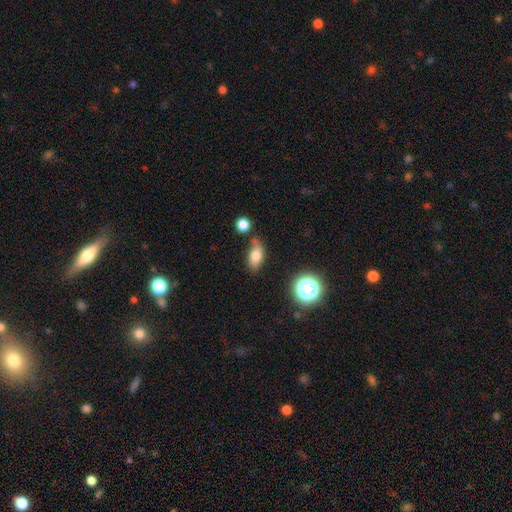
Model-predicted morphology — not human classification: Smooth or featured? Predicted: smooth (p=0.75). How rounded? Predicted: in between (p=0.85). Merging? Predicted: none (p=0.59).